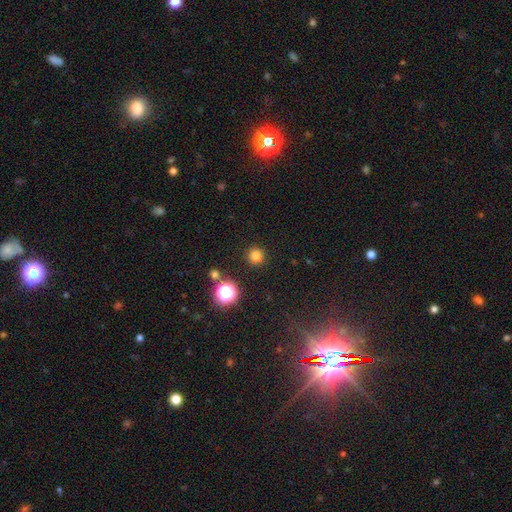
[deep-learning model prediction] This is likely a smooth galaxy (76%). How rounded: clearly round (94%). Merging: clearly none (86%).